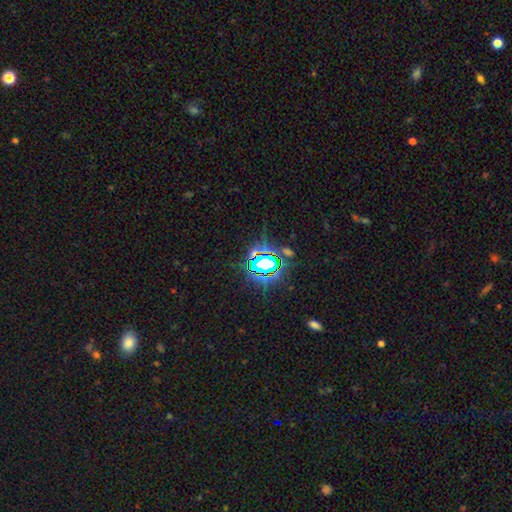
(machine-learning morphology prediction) The model was most divided on "smooth or featured": star or artifact: 74%, smooth: 15%, featured or disk: 11%.